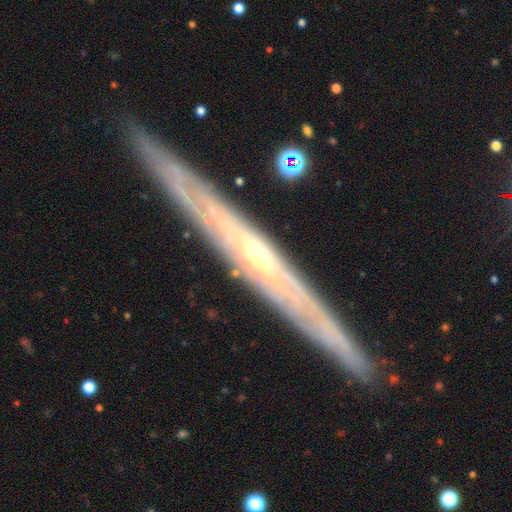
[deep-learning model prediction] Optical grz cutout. It shows a featured or disk galaxy (82%) viewed edge-on (90%) with no central bulge (50%). Merging: none (89%).